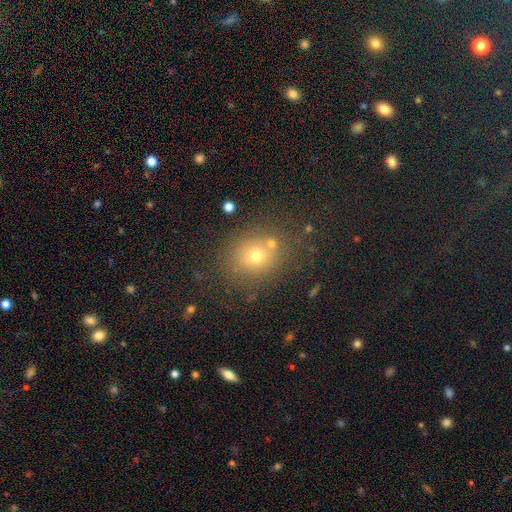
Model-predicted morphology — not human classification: smooth_or_featured: smooth (p=0.67) [alt: star or artifact p=0.20]
how_rounded: round (p=0.72) [alt: in between p=0.27]
merging: none (p=0.72) [alt: merger p=0.12]